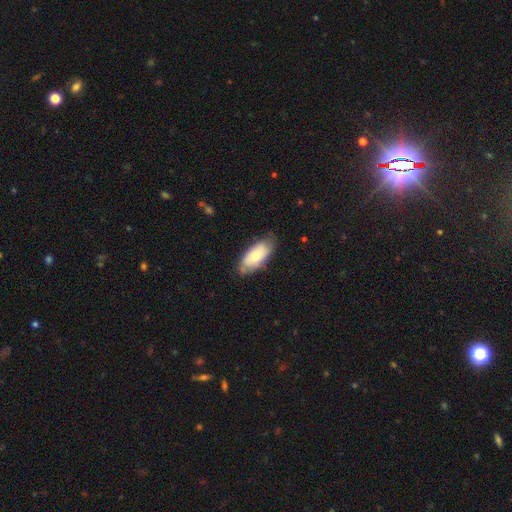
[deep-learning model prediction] smooth-or-featured: smooth: 71% | featured or disk: 23% | star or artifact: 6%
  how-rounded: in between: 88% | cigar-shaped: 10% | round: 2%
  merging: none: 69% | minor disturbance: 24% | major disturbance: 5% | merger: 1%